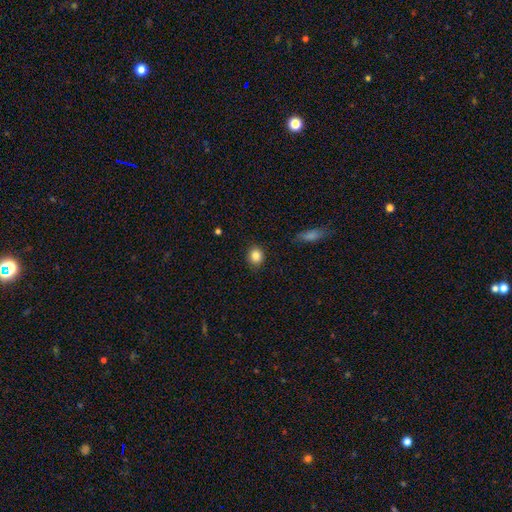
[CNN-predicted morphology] Smooth or featured: smooth — 84% (star or artifact — 10%)
How rounded: round — 76% (in between — 23%)
Merging: none — 89% (minor disturbance — 8%)